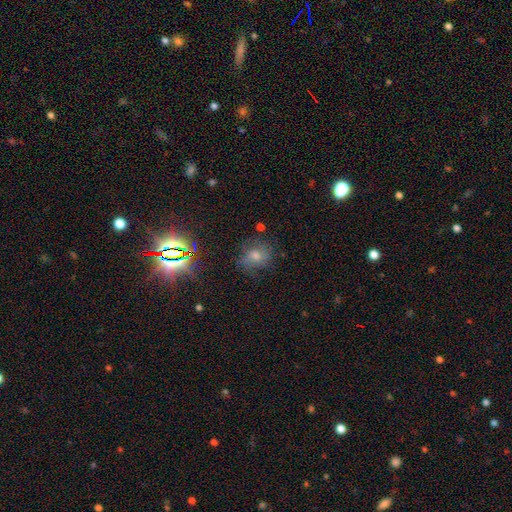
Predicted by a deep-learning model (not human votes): The model was most divided on "how rounded": round: 53%, in between: 45%, cigar-shaped: 2%. More confident: merging — none (63%); smooth or featured — smooth (53%).